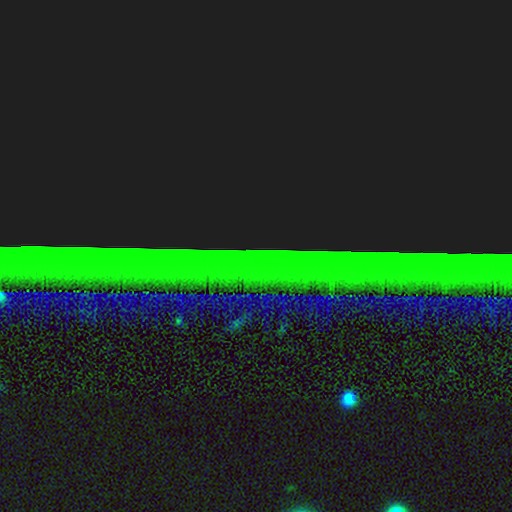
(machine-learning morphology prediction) Q: Smooth or featured?
A: star or artifact (87%); runner-up: featured or disk (7%)